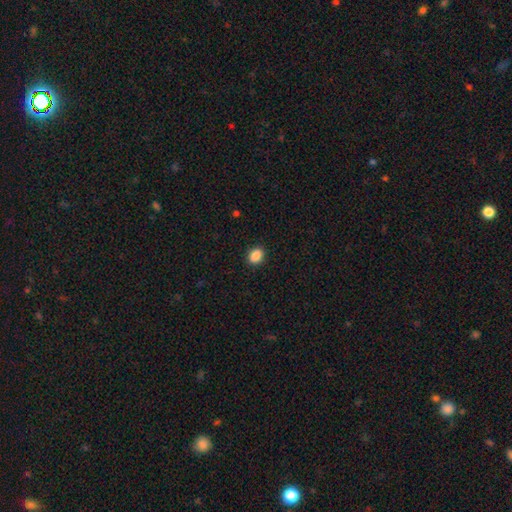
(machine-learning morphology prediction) This is clearly a smooth galaxy (88%). How rounded: likely in between (63%). Merging: clearly none (90%).